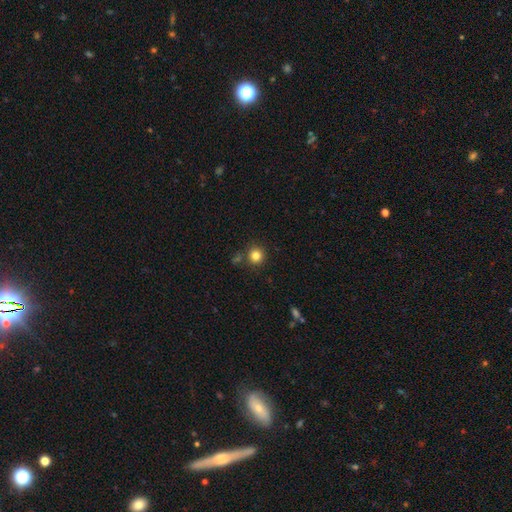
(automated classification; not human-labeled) Smooth or featured? Predicted: smooth (p=0.82). How rounded? Predicted: round (p=0.93). Merging? Predicted: none (p=0.83).